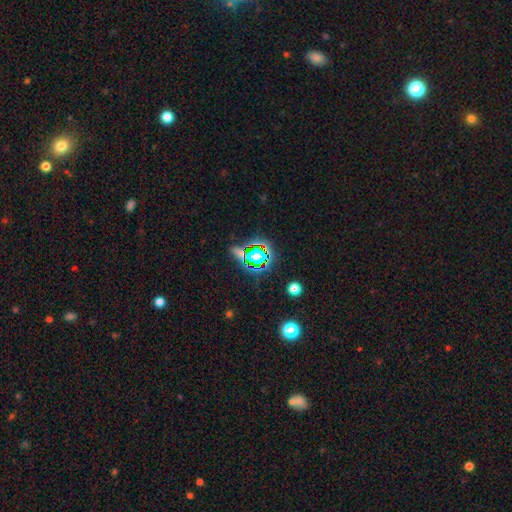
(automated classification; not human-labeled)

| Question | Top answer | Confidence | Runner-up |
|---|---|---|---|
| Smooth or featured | star or artifact | 59% | smooth (28%) |